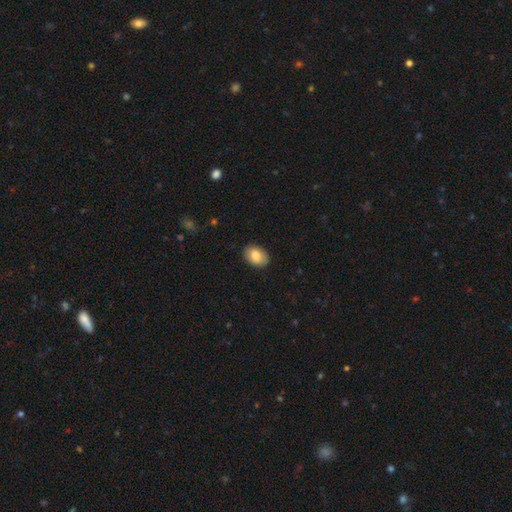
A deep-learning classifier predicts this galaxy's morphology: A smooth galaxy with no disk features (80%) that is in between round and cigar-shaped (79%). Merging: none (88%).